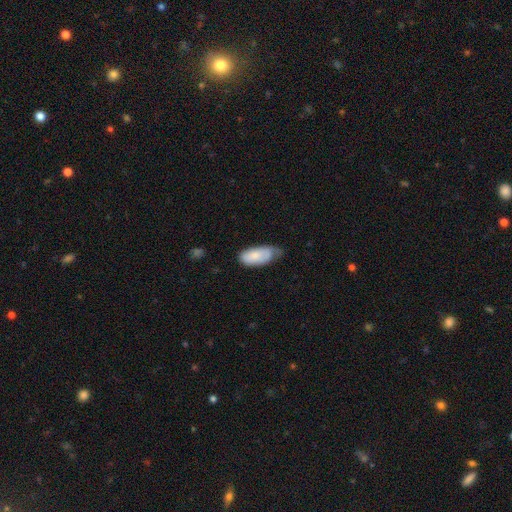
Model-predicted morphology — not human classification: Q: Smooth or featured?
A: smooth (77%); runner-up: featured or disk (17%)
Q: How rounded?
A: in between (90%); runner-up: cigar-shaped (8%)
Q: Merging?
A: minor disturbance (46%); runner-up: none (38%)